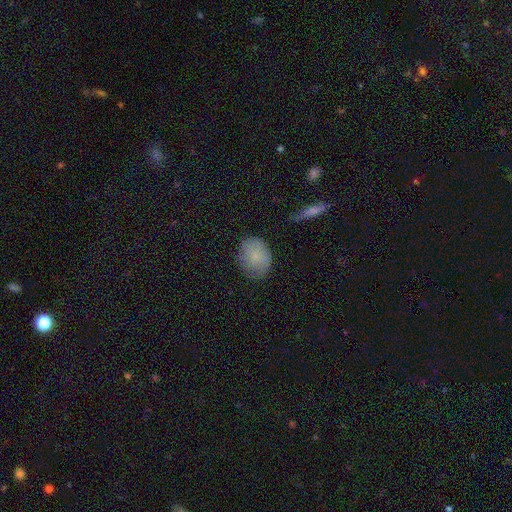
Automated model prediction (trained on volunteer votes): smooth-or-featured: smooth: 79% | featured or disk: 13% | star or artifact: 8%
  how-rounded: in between: 50% | round: 48% | cigar-shaped: 1%
  merging: none: 70% | minor disturbance: 23% | major disturbance: 6% | merger: 2%